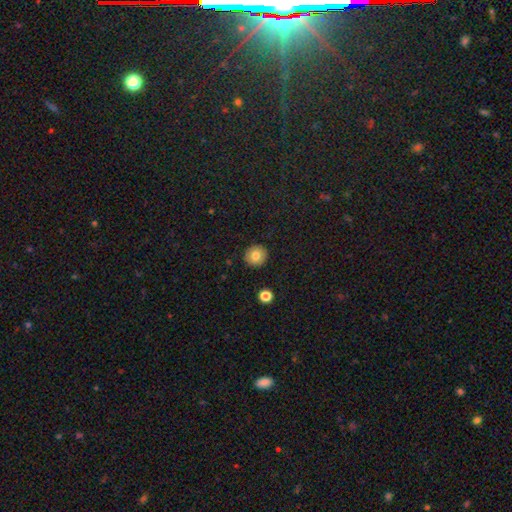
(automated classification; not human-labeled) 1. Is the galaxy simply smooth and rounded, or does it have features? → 79% smooth, 11% featured or disk, 9% star or artifact.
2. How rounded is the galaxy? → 94% round, 5% in between, 1% cigar-shaped.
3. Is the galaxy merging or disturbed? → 91% none, 6% minor disturbance, 2% major disturbance, 1% merger.